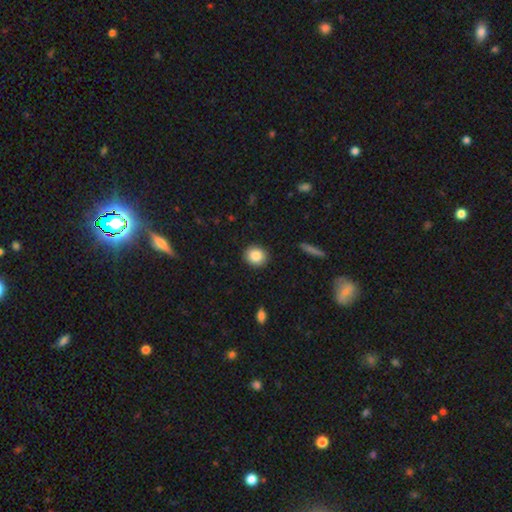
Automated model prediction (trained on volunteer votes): Smooth or featured? smooth (87%)
How rounded? round (82%)
Merging? none (91%)